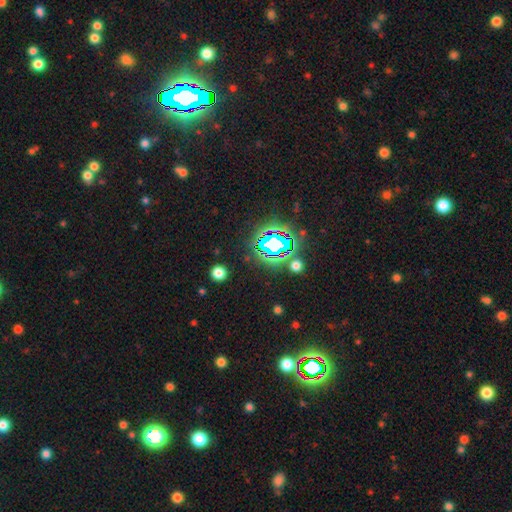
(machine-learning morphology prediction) type=star or artifact (83%).